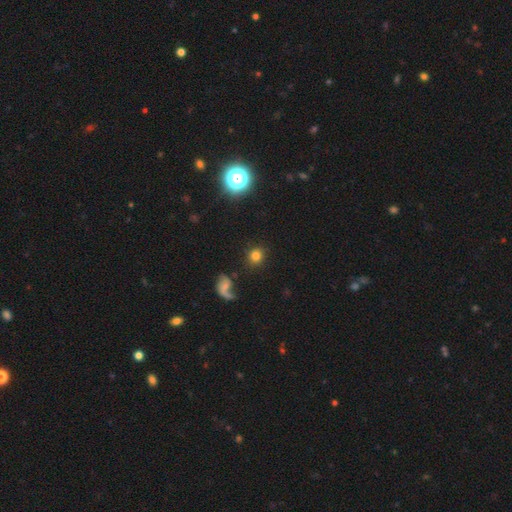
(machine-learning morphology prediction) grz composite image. It shows a smooth galaxy with no disk features (76%) that is round (89%). Merging: none (84%).